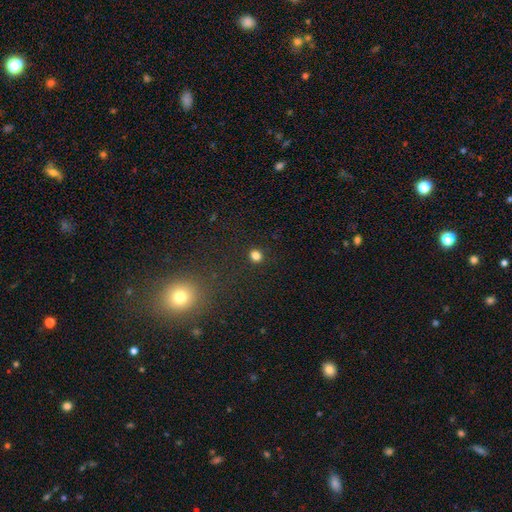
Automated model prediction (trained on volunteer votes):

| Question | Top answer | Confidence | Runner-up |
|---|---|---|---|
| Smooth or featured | smooth | 81% | star or artifact (15%) |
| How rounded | round | 85% | in between (14%) |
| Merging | none | 90% | minor disturbance (6%) |